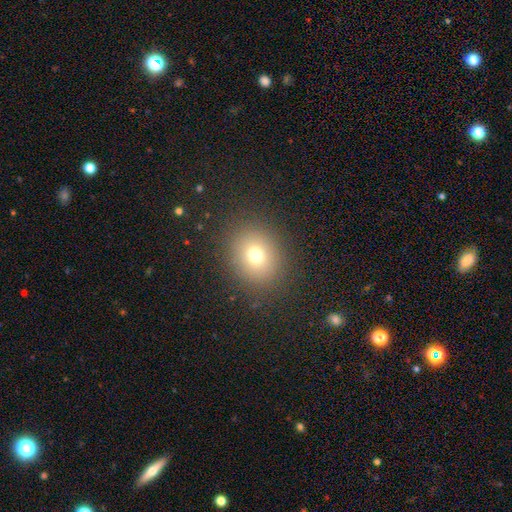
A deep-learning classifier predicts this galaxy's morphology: smooth_or_featured: smooth (p=0.72) [alt: star or artifact p=0.17]
how_rounded: round (p=0.71) [alt: in between p=0.28]
merging: none (p=0.87) [alt: minor disturbance p=0.08]